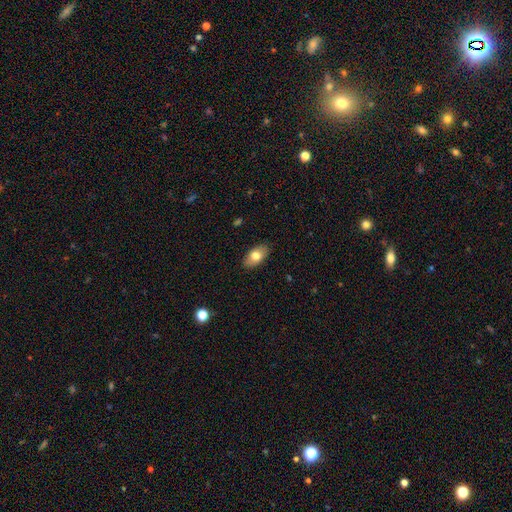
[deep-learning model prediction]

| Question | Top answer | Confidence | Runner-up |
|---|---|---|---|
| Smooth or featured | smooth | 76% | featured or disk (17%) |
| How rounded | in between | 92% | round (5%) |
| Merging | none | 87% | minor disturbance (10%) |